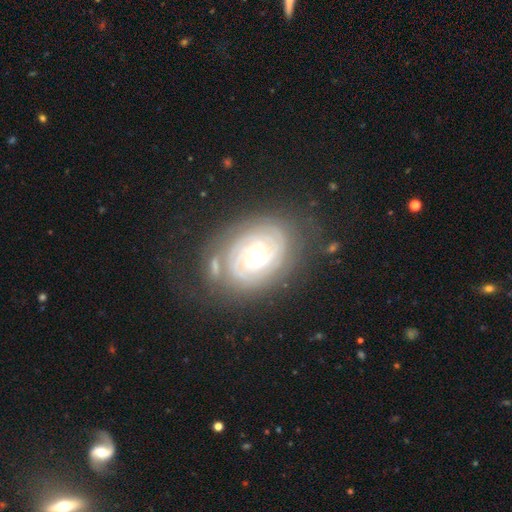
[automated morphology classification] A featured or disk galaxy (87%) with a weak bar (42%), 2 (35%) tight (82%) spiral arms (97%) and a moderate central bulge (70%).

Vote fractions:
- Smooth or featured? featured or disk: 87% / smooth: 7% / star or artifact: 5%
- Edge-on disk? no: 97% / yes: 3%
- Bar? weak: 42% / no: 38% / strong: 21%
- Spiral arms? yes: 97% / no: 3%
- Spiral winding? tight: 82% / medium: 15% / loose: 3%
- Spiral arm count? 2: 35% / can't tell: 24% / 3: 22% / 4: 10% / more than 4: 5% / 1: 5%
- Bulge size? moderate: 70% / small: 19% / large: 9% / dominant: 1% / none: 1%
- Merging? none: 70% / minor disturbance: 18% / major disturbance: 7% / merger: 4%